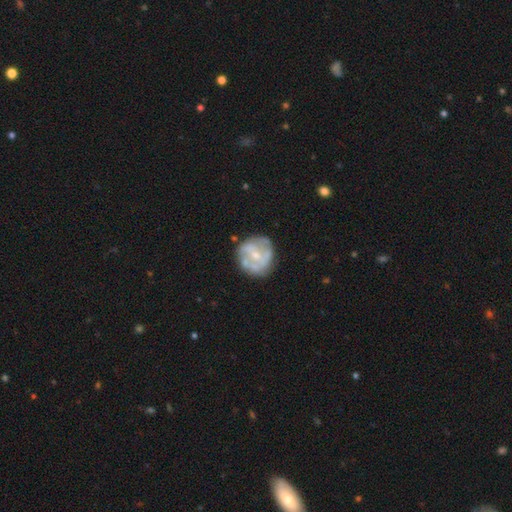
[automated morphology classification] Smooth or featured: featured or disk — 63% (smooth — 30%)
Edge-on disk: no — 98% (yes — 2%)
Bar: no — 53% (weak — 36%)
Spiral arms: no — 53% (yes — 47%)
Bulge size: small — 56% (moderate — 35%)
Merging: none — 69% (minor disturbance — 18%)